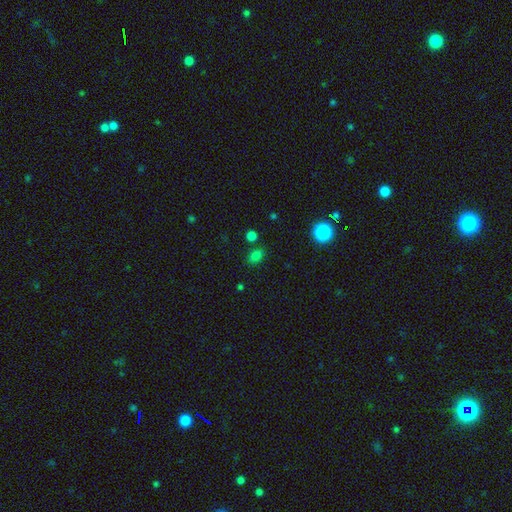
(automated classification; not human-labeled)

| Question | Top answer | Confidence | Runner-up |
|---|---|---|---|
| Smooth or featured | smooth | 76% | star or artifact (19%) |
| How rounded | in between | 71% | round (27%) |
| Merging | none | 76% | minor disturbance (14%) |